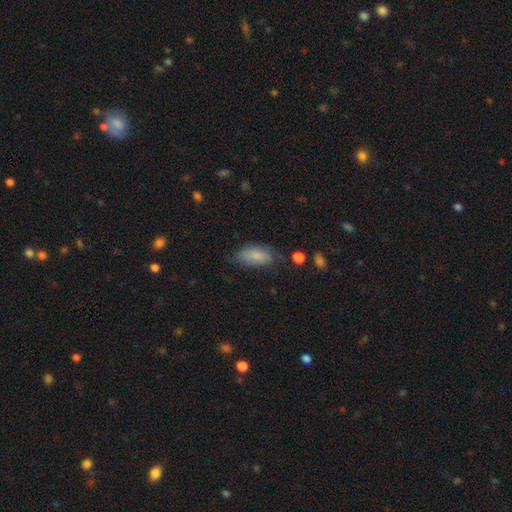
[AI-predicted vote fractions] Smooth or featured? Predicted: smooth (p=0.81). How rounded? Predicted: in between (p=0.90). Merging? Predicted: none (p=0.64).